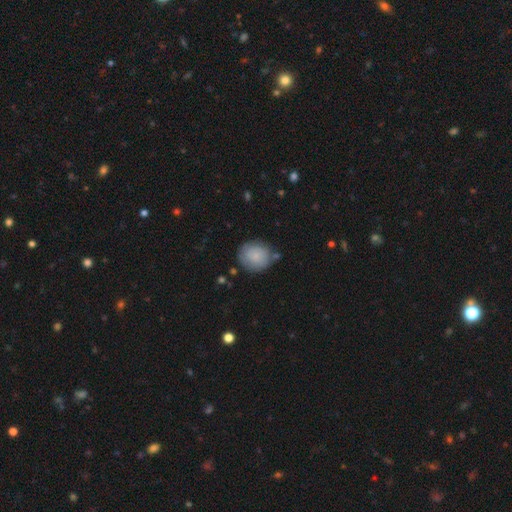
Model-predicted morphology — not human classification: This is clearly a smooth galaxy (80%). How rounded: clearly round (84%). Merging: likely none (73%).